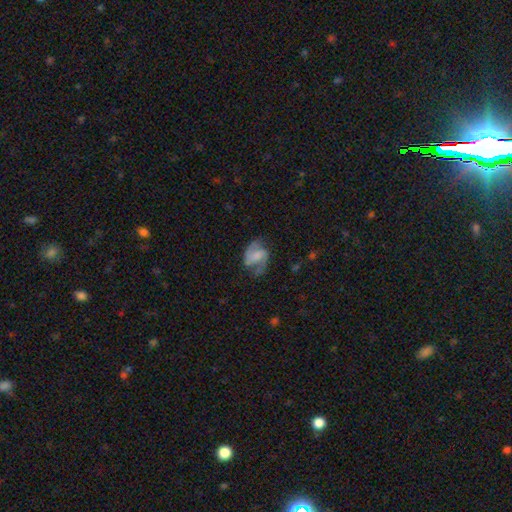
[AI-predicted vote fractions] This appears to be a featured or disk galaxy (74%) with a weak bar (47%), 2 (88%) medium (50%) spiral arms (93%) and no central bulge (41%). Merging: none (61%).